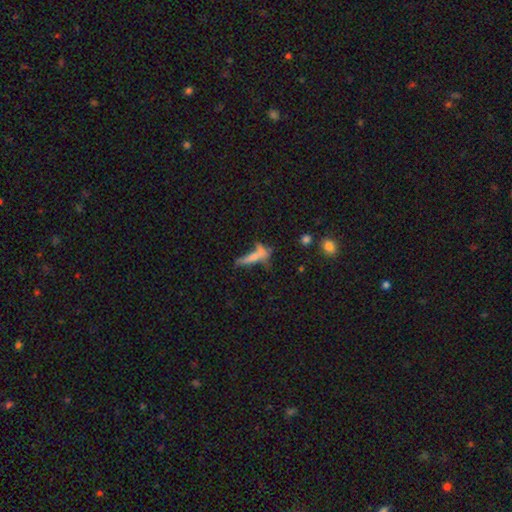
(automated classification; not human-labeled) Smooth or featured?
  - smooth: 53% *
  - featured or disk: 33%
  - star or artifact: 14%
How rounded?
  - cigar-shaped: 77% *
  - in between: 19%
  - round: 4%
Merging?
  - none: 37% *
  - merger: 27%
  - major disturbance: 19%
  - minor disturbance: 17%